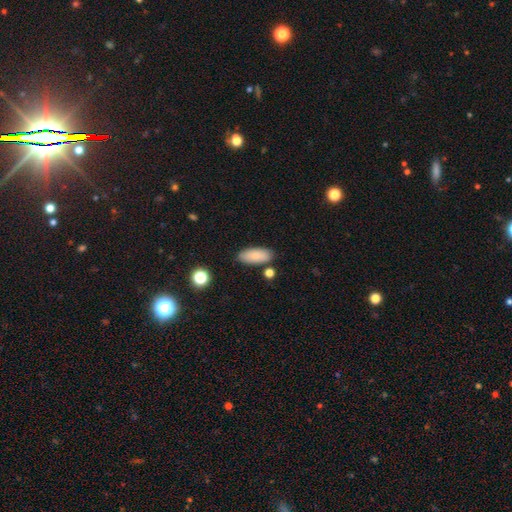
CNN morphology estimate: Smooth or featured?
  - smooth: 82% *
  - featured or disk: 10%
  - star or artifact: 7%
How rounded?
  - in between: 84% *
  - cigar-shaped: 13%
  - round: 3%
Merging?
  - none: 82% *
  - minor disturbance: 11%
  - merger: 4%
  - major disturbance: 2%